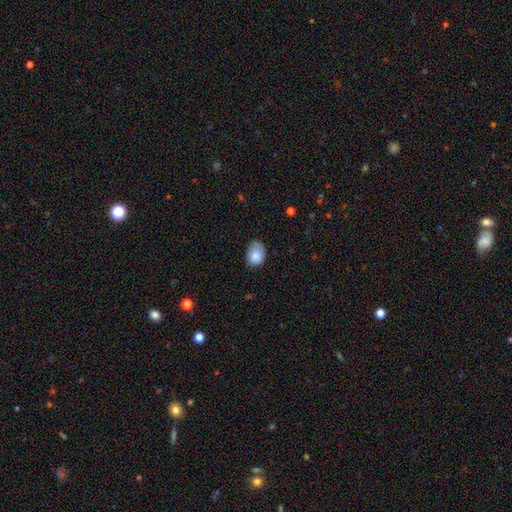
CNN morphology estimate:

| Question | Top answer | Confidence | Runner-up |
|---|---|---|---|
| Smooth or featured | smooth | 83% | featured or disk (9%) |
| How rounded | in between | 69% | round (30%) |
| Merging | none | 52% | minor disturbance (36%) |